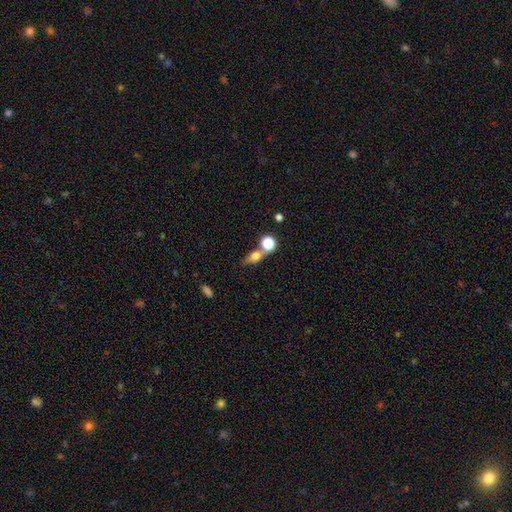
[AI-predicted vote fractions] Smooth or featured?
  - smooth: 71% *
  - featured or disk: 15%
  - star or artifact: 14%
How rounded?
  - in between: 50% *
  - round: 43%
  - cigar-shaped: 8%
Merging?
  - none: 45% *
  - merger: 37%
  - minor disturbance: 12%
  - major disturbance: 6%